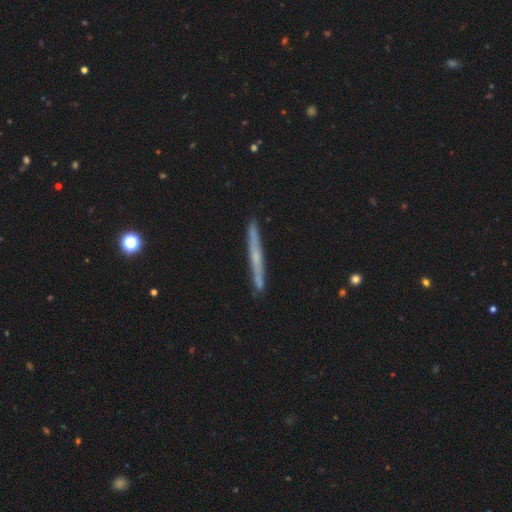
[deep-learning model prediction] Morphology: type=featured or disk (61%); edge-on=yes (97%); edge-on bulge=none (57%); merging=none (89%).